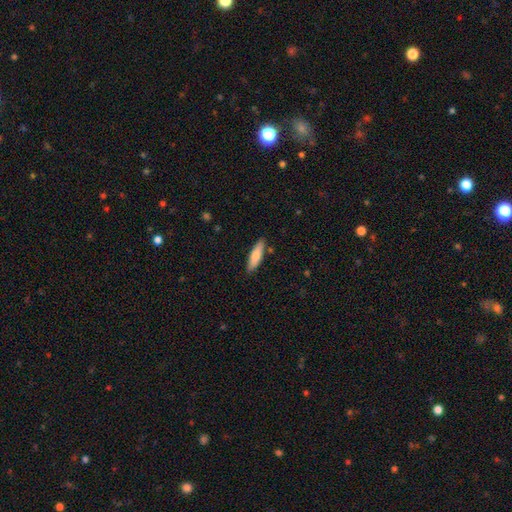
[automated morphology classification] smooth 76%, featured or disk 18%, star or artifact 6%. Down the decision tree: how rounded — cigar-shaped (63%); merging — none (85%).